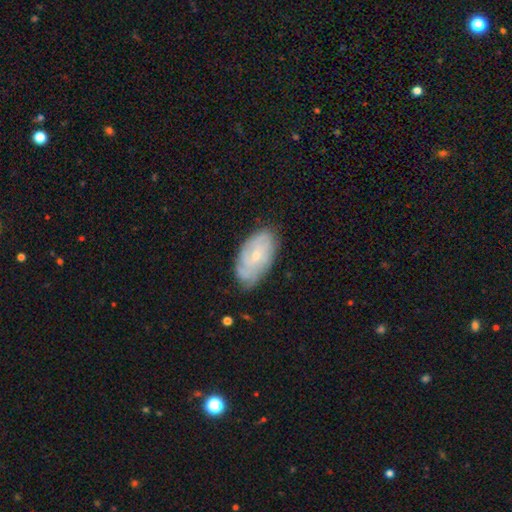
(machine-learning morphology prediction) type=featured or disk (57%); edge-on=no (93%); bar=no (69%); spiral arms=yes (77%); bulge=small (63%); merging=none (68%).